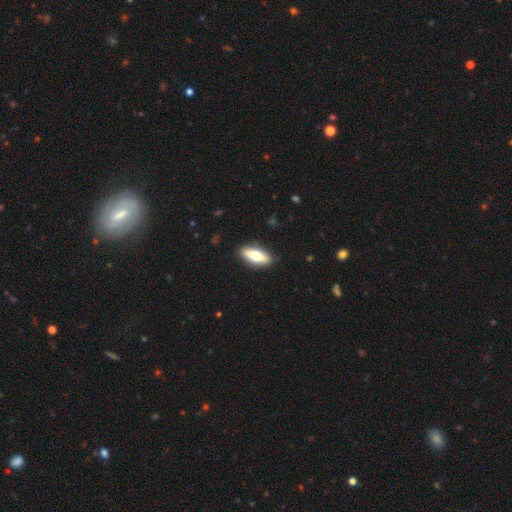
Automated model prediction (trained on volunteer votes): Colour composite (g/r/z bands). It shows a smooth galaxy with no disk features (59%) that is in between round and cigar-shaped (69%). Merging: none (89%).